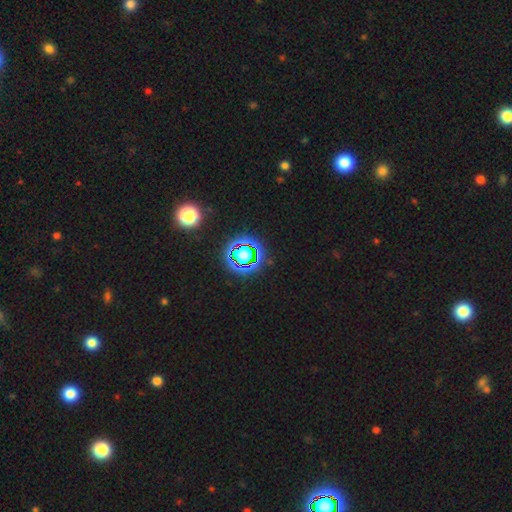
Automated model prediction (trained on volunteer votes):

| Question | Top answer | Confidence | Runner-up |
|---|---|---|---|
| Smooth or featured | star or artifact | 77% | smooth (16%) |